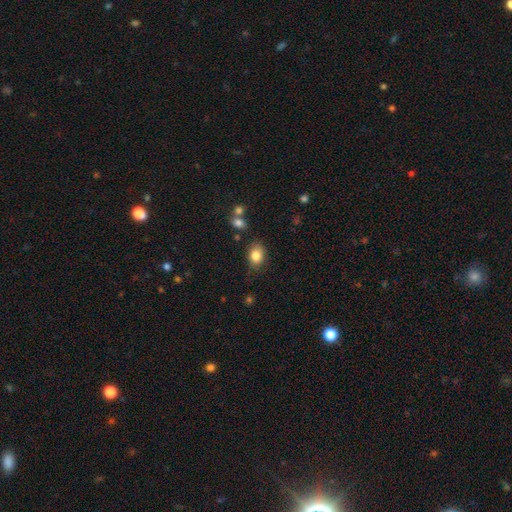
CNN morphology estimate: Smooth or featured? Predicted: smooth (p=0.84). How rounded? Predicted: in between (p=0.66). Merging? Predicted: none (p=0.74).